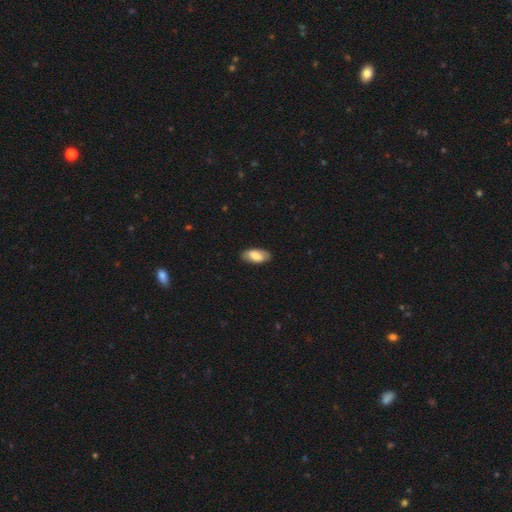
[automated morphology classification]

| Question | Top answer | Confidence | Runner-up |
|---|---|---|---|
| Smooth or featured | smooth | 76% | featured or disk (18%) |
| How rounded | in between | 91% | cigar-shaped (6%) |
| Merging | none | 84% | minor disturbance (13%) |